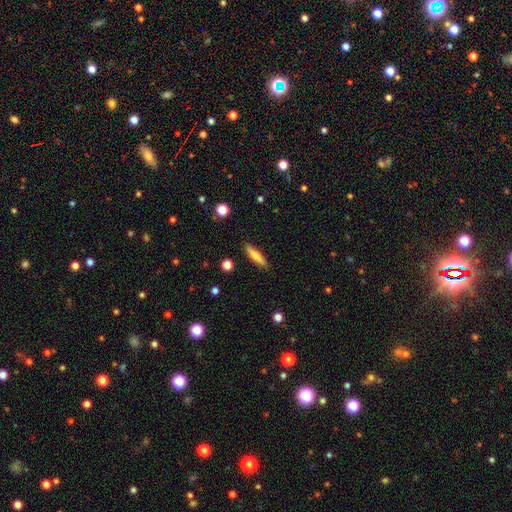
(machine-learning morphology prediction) Smooth or featured? smooth (69%)
How rounded? cigar-shaped (81%)
Merging? none (89%)